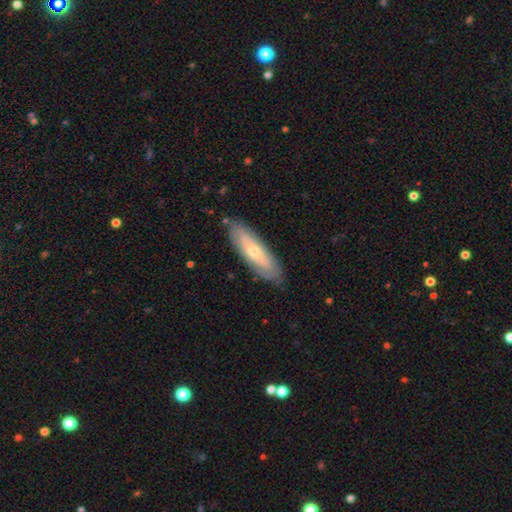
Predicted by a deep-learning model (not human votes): Q: Smooth or featured?
A: featured or disk (50%); runner-up: smooth (44%)
Q: Edge-on disk?
A: no (68%); runner-up: yes (32%)
Q: Merging?
A: none (82%); runner-up: minor disturbance (13%)